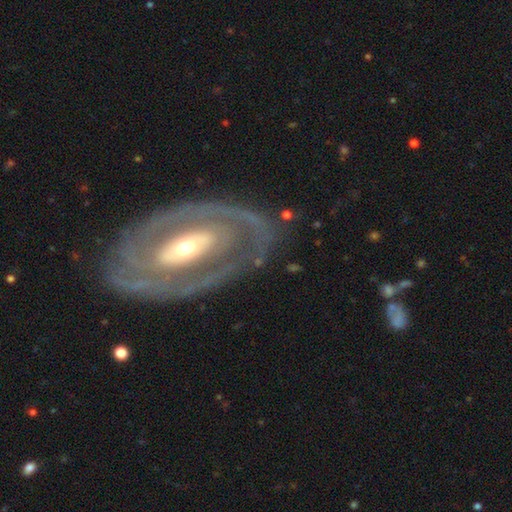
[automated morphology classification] Smooth or featured: featured or disk — 84% (smooth — 11%)
Edge-on disk: no — 93% (yes — 7%)
Bar: no — 34% (tied with strong — 34%)
Spiral arms: yes — 76% (no — 24%)
Spiral winding: tight — 67% (medium — 25%)
Spiral arm count: 2 — 51% (can't tell — 28%)
Bulge size: moderate — 50% (small — 42%)
Merging: none — 78% (minor disturbance — 13%)